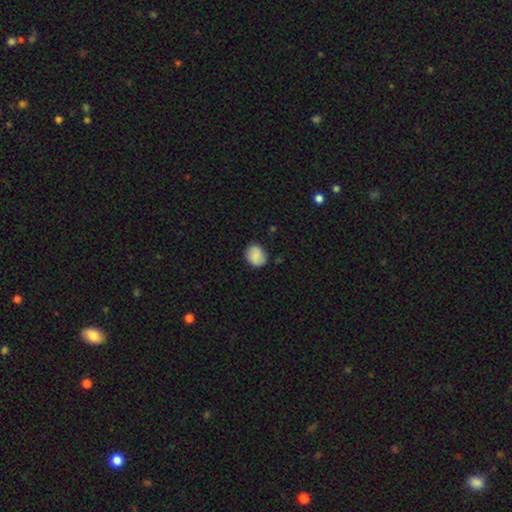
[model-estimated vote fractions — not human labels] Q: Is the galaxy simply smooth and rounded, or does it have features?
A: smooth — 85%.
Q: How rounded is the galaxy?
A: round — 61%.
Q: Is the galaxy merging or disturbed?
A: none — 78%.